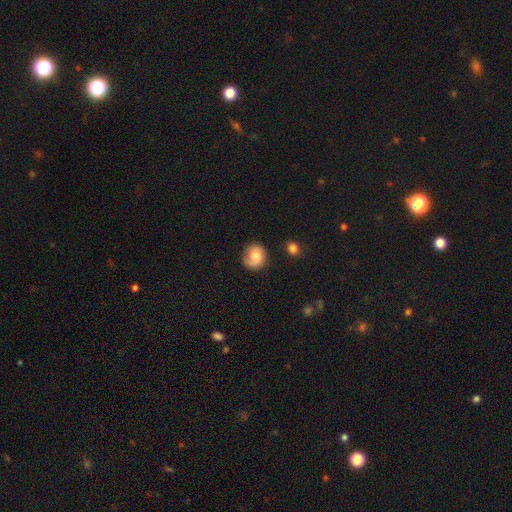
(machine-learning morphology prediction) smooth_or_featured: smooth (p=0.63) [alt: featured or disk p=0.29]
how_rounded: round (p=0.79) [alt: in between p=0.20]
merging: none (p=0.65) [alt: minor disturbance p=0.22]